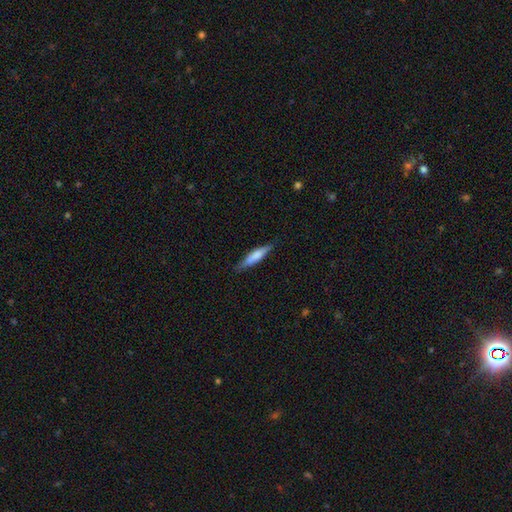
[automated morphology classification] Smooth or featured: smooth — 67% (featured or disk — 27%)
How rounded: cigar-shaped — 82% (in between — 16%)
Merging: none — 80% (minor disturbance — 16%)